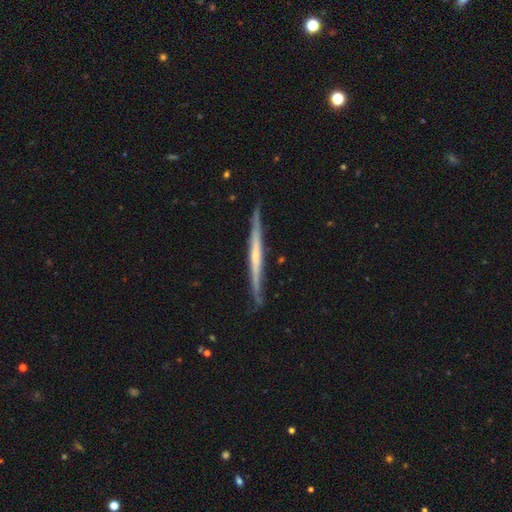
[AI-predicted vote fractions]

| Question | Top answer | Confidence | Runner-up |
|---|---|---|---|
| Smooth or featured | featured or disk | 68% | smooth (27%) |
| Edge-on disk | yes | 97% | no (3%) |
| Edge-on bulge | none | 69% | rounded (21%) |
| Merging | none | 85% | minor disturbance (12%) |